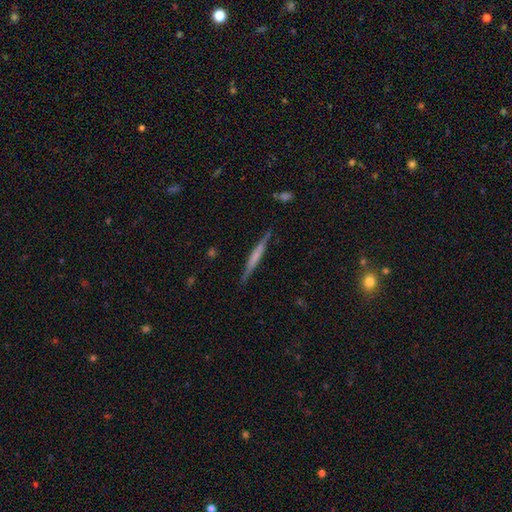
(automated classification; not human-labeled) Morphology: type=featured or disk (56%); edge-on=yes (97%); edge-on bulge=none (59%); merging=none (87%).